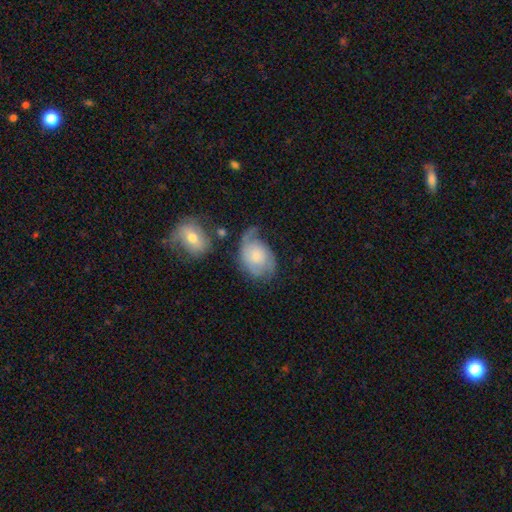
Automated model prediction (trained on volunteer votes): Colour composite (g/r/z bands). It shows a featured or disk galaxy (56%) with no bar (74%), spiral arms (86%) and a small central bulge (41%). Merging: none (39%).